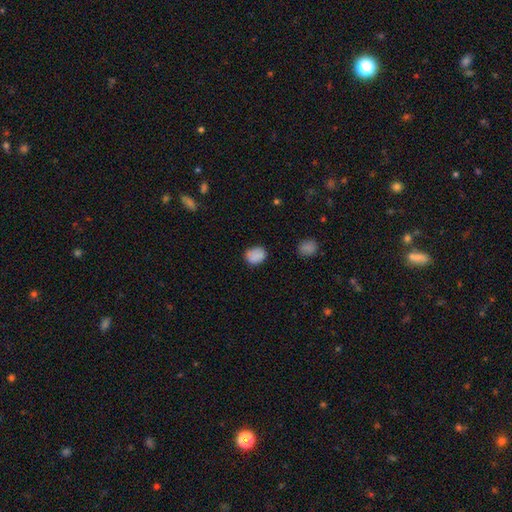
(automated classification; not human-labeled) This appears to be a smooth galaxy with no disk features (86%) that is in between round and cigar-shaped (53%). Merging: none (78%).